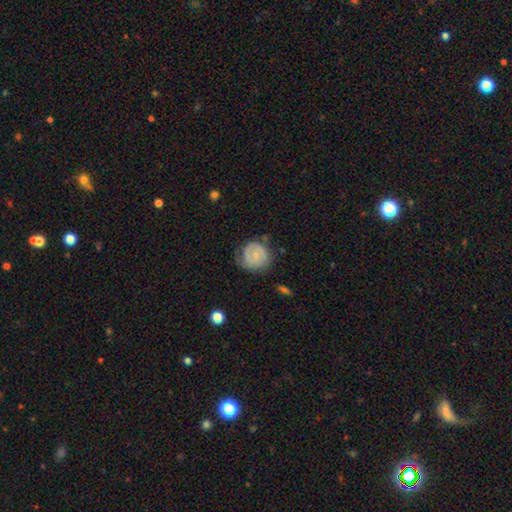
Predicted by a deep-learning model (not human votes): This appears to be a featured or disk galaxy (55%) with no bar (60%), spiral arms (77%) and a small central bulge (63%). Merging: none (61%).